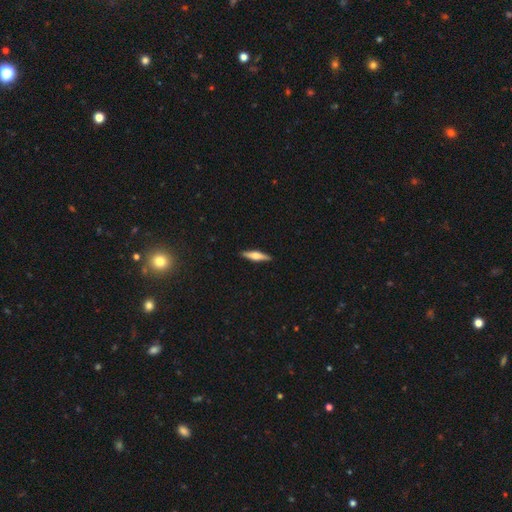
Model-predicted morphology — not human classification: The model was most divided on "smooth or featured": featured or disk: 51%, smooth: 43%, star or artifact: 6%. More confident: edge-on disk — yes (95%); merging — none (90%).